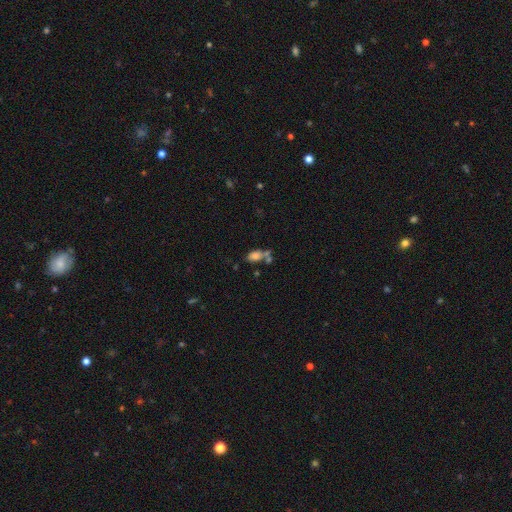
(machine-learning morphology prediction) Smooth or featured? Predicted: smooth (p=0.77). How rounded? Predicted: in between (p=0.89). Merging? Predicted: none (p=0.44).